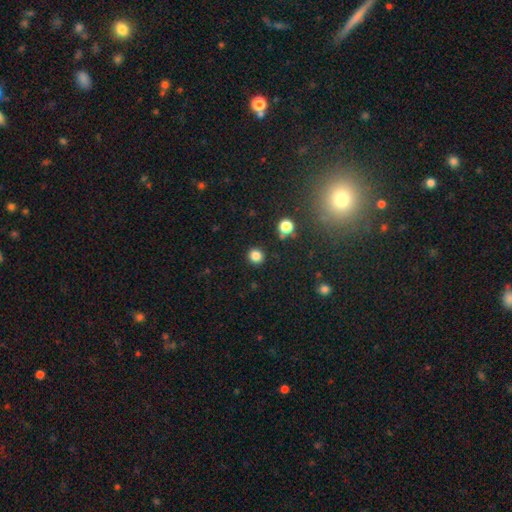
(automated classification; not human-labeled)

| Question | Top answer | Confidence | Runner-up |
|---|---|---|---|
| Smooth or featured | smooth | 83% | star or artifact (14%) |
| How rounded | round | 91% | in between (8%) |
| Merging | none | 90% | minor disturbance (6%) |